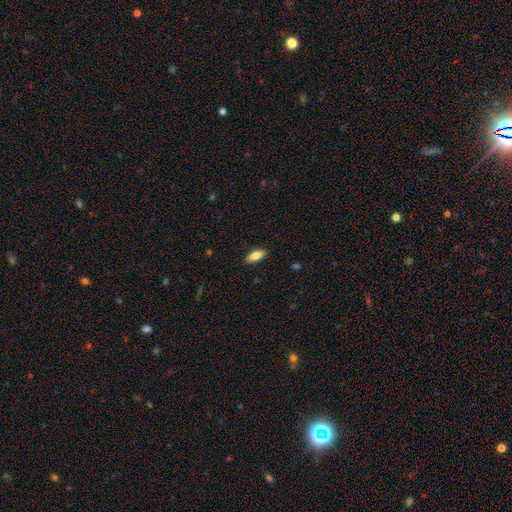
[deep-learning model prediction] Overall: smooth (78%). How rounded: in between (77%). Merging: none (88%).